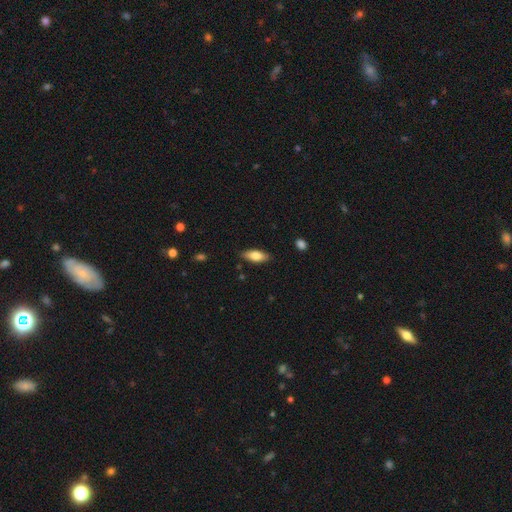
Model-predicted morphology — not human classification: smooth_or_featured: smooth (p=0.78) [alt: featured or disk p=0.16]
how_rounded: in between (p=0.78) [alt: cigar-shaped p=0.20]
merging: none (p=0.84) [alt: minor disturbance p=0.12]